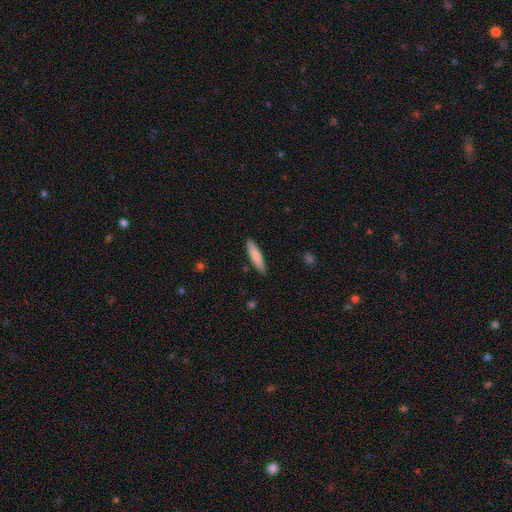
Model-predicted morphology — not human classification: Smooth or featured? Predicted: smooth (p=0.78). How rounded? Predicted: cigar-shaped (p=0.82). Merging? Predicted: none (p=0.87).